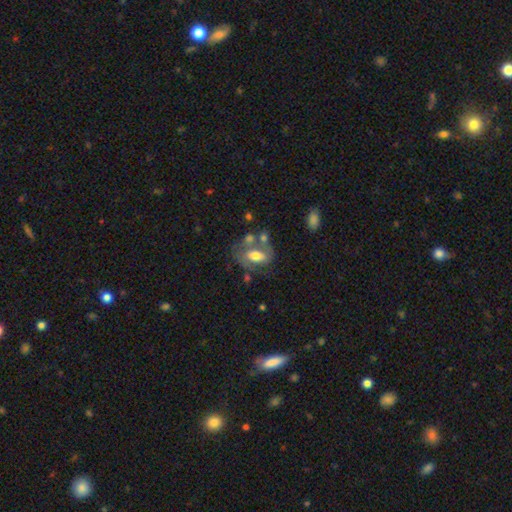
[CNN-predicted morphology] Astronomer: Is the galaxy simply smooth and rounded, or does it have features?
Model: smooth — 46%, tied with featured or disk at 46%.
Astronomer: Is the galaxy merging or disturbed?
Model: none — 40% (runner-up: merger, 22%).